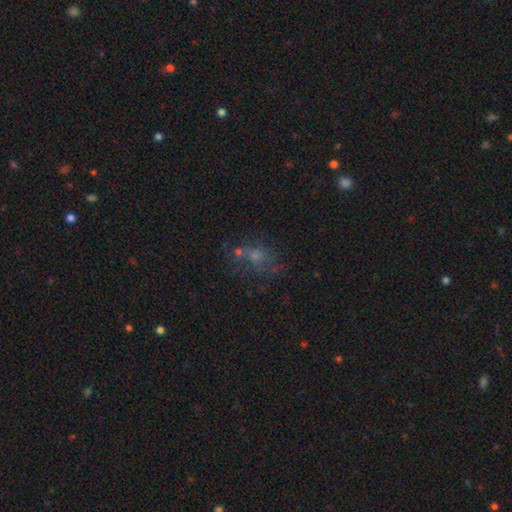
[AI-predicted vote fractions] Smooth or featured? smooth (43%)
Merging? none (47%)